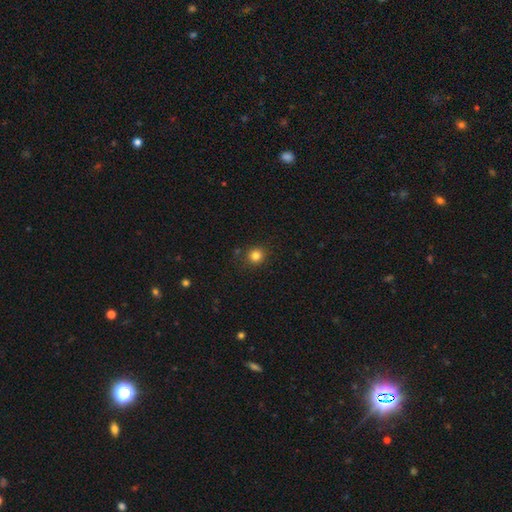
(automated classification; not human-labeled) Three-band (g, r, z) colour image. It shows a smooth galaxy with no disk features (82%) that is round (89%). Merging: none (87%).